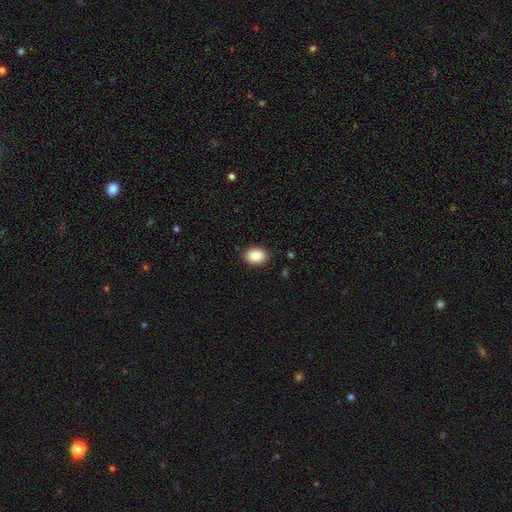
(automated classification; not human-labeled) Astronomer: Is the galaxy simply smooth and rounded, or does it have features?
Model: smooth — 87%.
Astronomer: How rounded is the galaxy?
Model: in between — 63%.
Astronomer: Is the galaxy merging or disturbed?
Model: none — 89%.